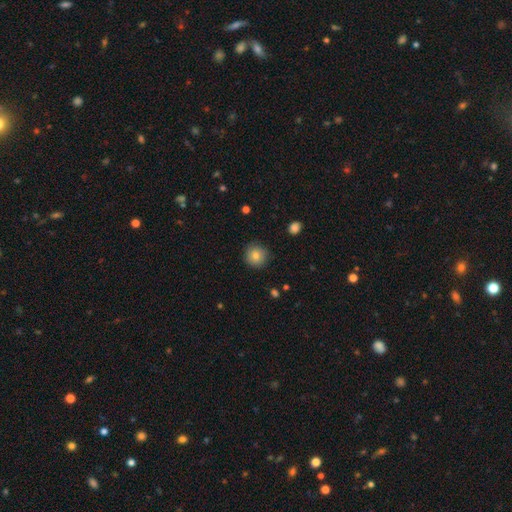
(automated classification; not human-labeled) This is clearly a smooth galaxy (81%). How rounded: clearly round (94%). Merging: clearly none (89%).